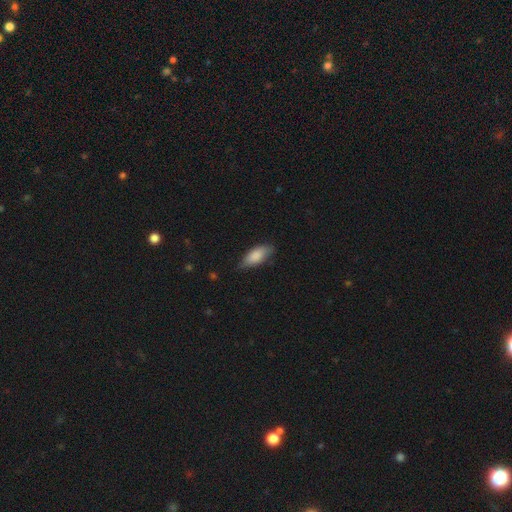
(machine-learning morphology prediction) This appears to be a smooth galaxy with no disk features (83%) that is in between round and cigar-shaped (81%). Merging: none (69%).